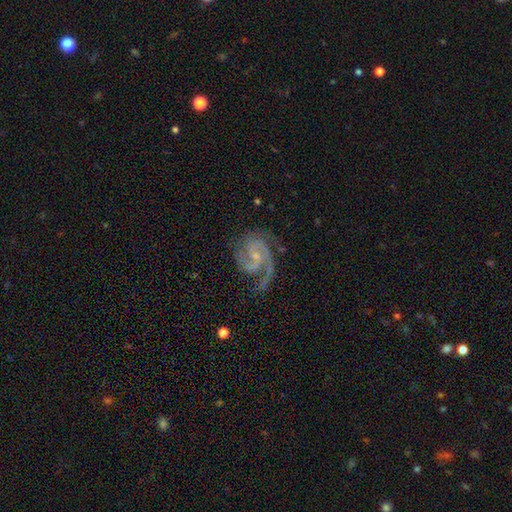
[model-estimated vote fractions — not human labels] Smooth or featured? featured or disk (92%)
Edge-on disk? no (98%)
Bar? no (51%)
Spiral arms? yes (98%)
Spiral winding? medium (56%)
Spiral arm count? 2 (68%)
Bulge size? small (73%)
Merging? none (63%)